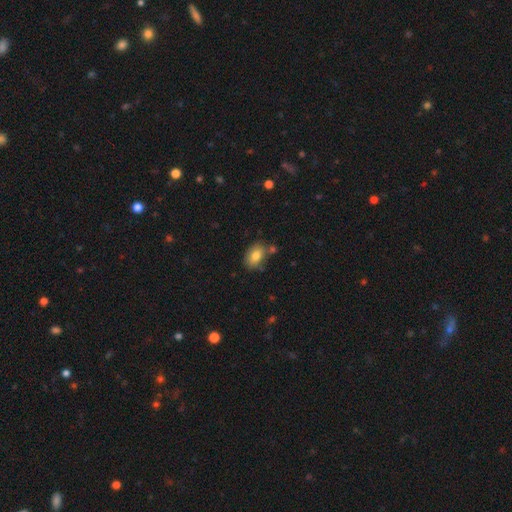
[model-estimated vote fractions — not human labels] This appears to be a smooth galaxy with no disk features (79%) that is in between round and cigar-shaped (83%). Merging: none (71%).